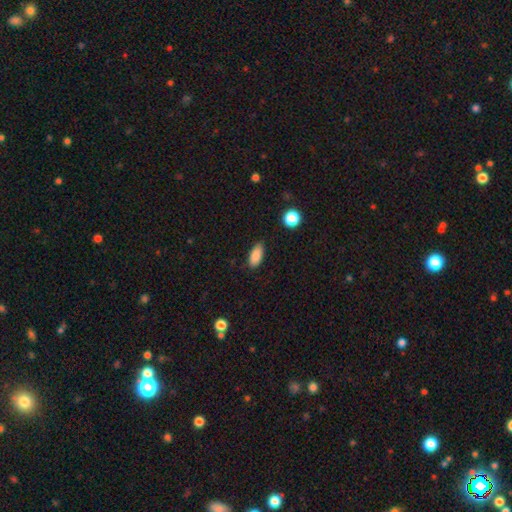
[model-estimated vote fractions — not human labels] smooth 87%, star or artifact 8%, featured or disk 5%. Down the decision tree: how rounded — in between (87%); merging — none (81%).